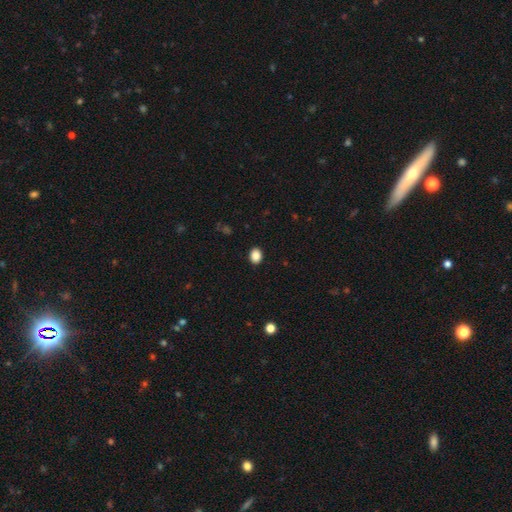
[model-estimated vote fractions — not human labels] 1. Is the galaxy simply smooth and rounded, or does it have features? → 88% smooth, 9% star or artifact, 3% featured or disk.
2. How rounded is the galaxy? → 55% in between, 44% round, 1% cigar-shaped.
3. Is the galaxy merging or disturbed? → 91% none, 6% minor disturbance, 2% major disturbance, 1% merger.